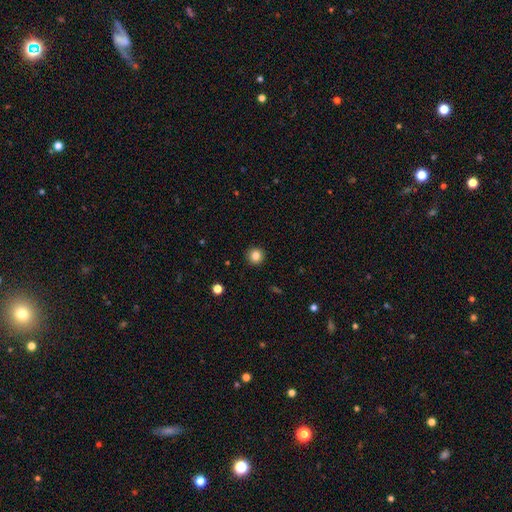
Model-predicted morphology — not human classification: smooth 84%, star or artifact 11%, featured or disk 5%. Down the decision tree: how rounded — round (94%); merging — none (92%).